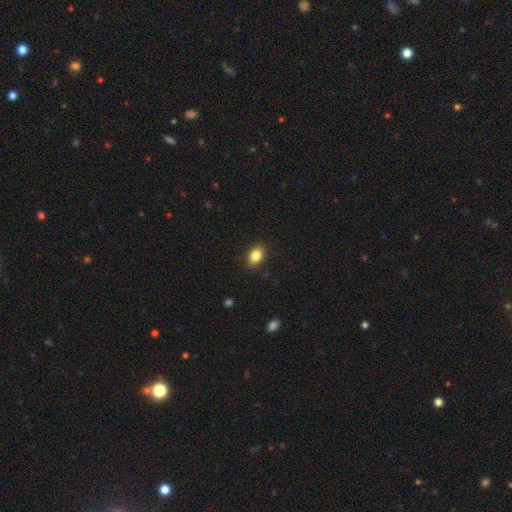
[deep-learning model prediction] Q: Smooth or featured?
A: smooth (84%); runner-up: star or artifact (8%)
Q: How rounded?
A: in between (83%); runner-up: round (15%)
Q: Merging?
A: none (88%); runner-up: minor disturbance (9%)